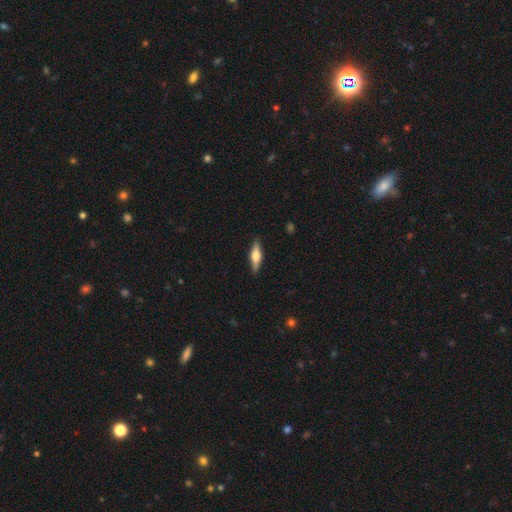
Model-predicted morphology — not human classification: The model was most divided on "smooth or featured": smooth: 49%, featured or disk: 45%, star or artifact: 6%. More confident: merging — none (89%).